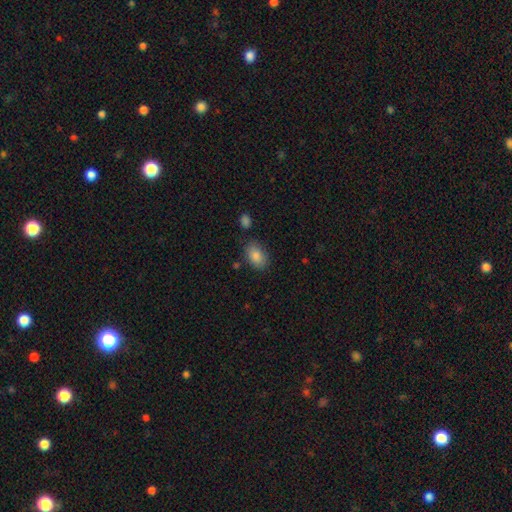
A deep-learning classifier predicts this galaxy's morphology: Overall: smooth (85%). How rounded: in between (85%). Merging: none (77%).